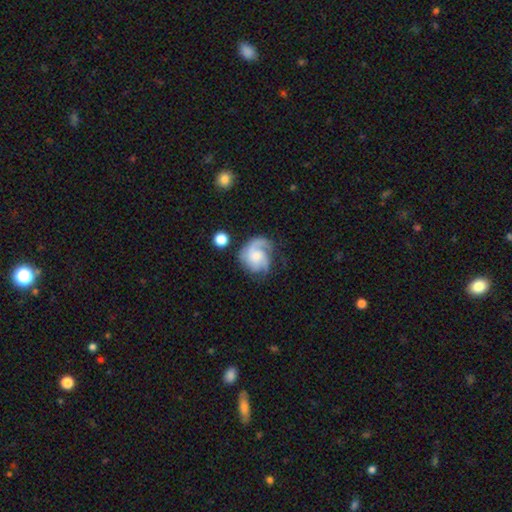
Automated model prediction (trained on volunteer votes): smooth-or-featured: featured or disk: 77% | smooth: 17% | star or artifact: 6%
  disk-edge-on: no: 98% | yes: 2%
    bar: no: 69% | weak: 28% | strong: 4%
    has-spiral-arms: yes: 95% | no: 5%
      spiral-winding: medium: 43% | tight: 37% | loose: 20%
      spiral-arm-count: 3: 39% | 2: 20% | can't tell: 17% | 1: 14% | 4: 6% | more than 4: 5%
    bulge-size: moderate: 40% | small: 32% | none: 14% | large: 12% | dominant: 2%
  merging: none: 59% | minor disturbance: 21% | major disturbance: 17% | merger: 3%